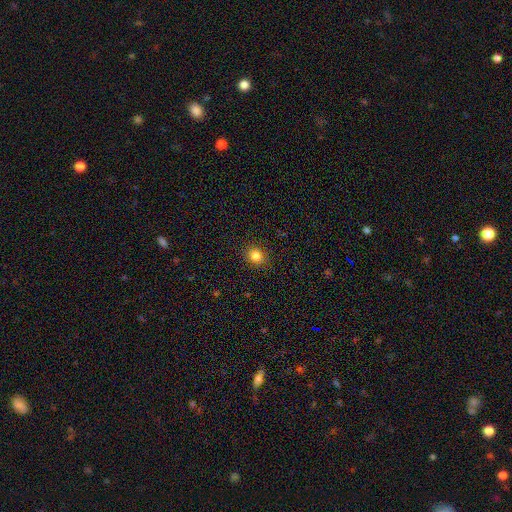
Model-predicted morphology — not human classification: Smooth or featured: smooth — 83% (star or artifact — 12%)
How rounded: round — 75% (in between — 24%)
Merging: none — 90% (minor disturbance — 7%)